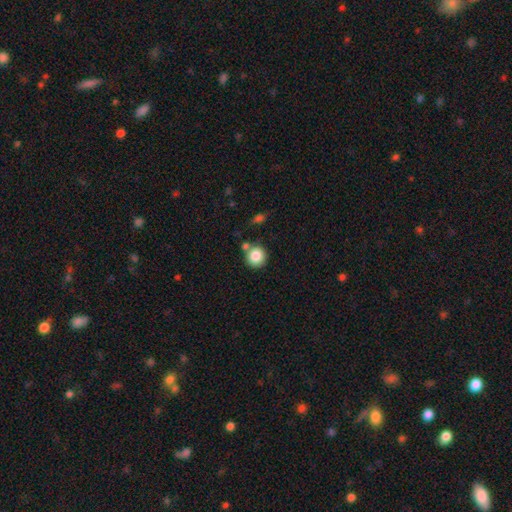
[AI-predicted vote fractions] Smooth or featured?
  - smooth: 85% *
  - star or artifact: 9%
  - featured or disk: 6%
How rounded?
  - round: 92% *
  - in between: 7%
  - cigar-shaped: 1%
Merging?
  - none: 72% *
  - merger: 14%
  - minor disturbance: 10%
  - major disturbance: 3%